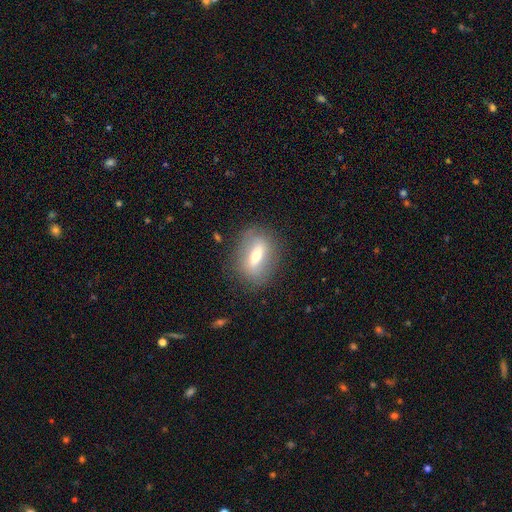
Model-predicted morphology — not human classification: Overall: featured or disk (48%; smooth 43%). Merging: none (82%).